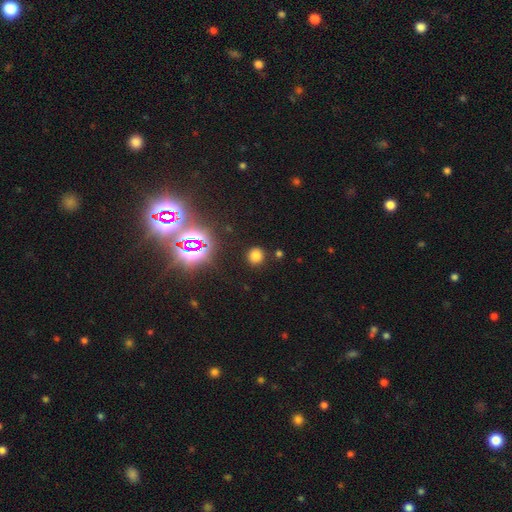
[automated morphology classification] A smooth galaxy with no disk features (69%) that is round (91%). Merging: none (88%).